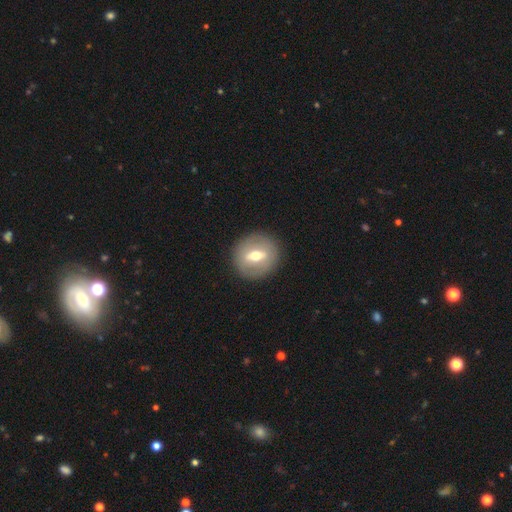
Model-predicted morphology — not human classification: smooth_or_featured: featured or disk (p=0.52) [alt: smooth p=0.41]
disk_edge_on: no (p=0.84) [alt: yes p=0.16]
merging: none (p=0.88) [alt: minor disturbance p=0.08]